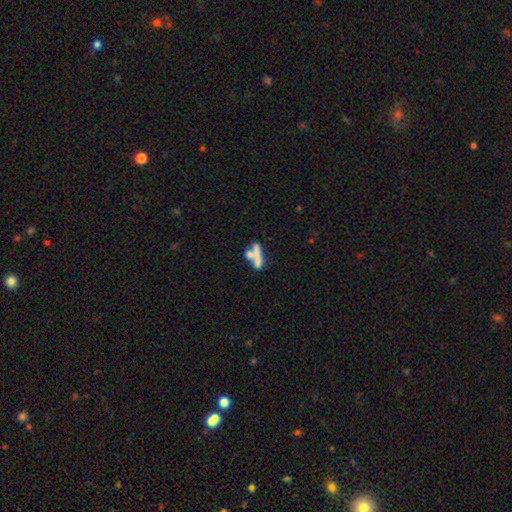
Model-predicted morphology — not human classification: smooth_or_featured: smooth (p=0.61) [alt: featured or disk p=0.29]
how_rounded: cigar-shaped (p=0.65) [alt: in between p=0.27]
merging: merger (p=0.43) [alt: none p=0.37]